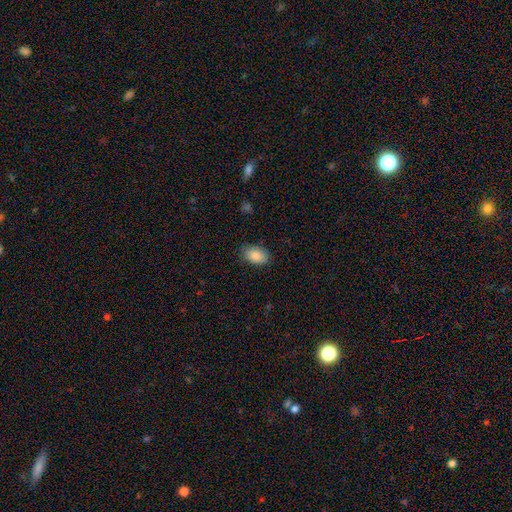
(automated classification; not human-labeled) Overall: smooth (87%). How rounded: in between (91%). Merging: none (86%).